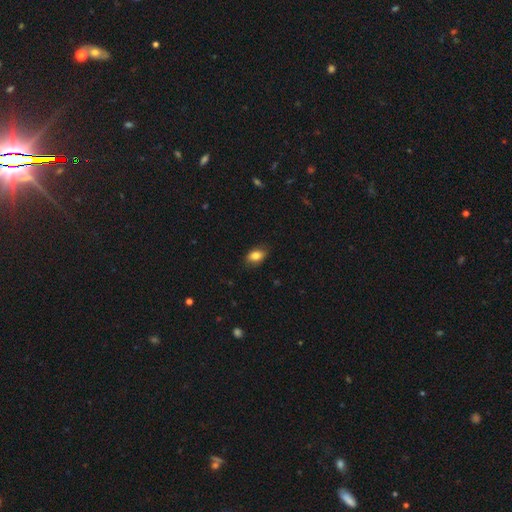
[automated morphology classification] smooth 84%, star or artifact 8%, featured or disk 8%. Down the decision tree: how rounded — in between (84%); merging — none (83%).